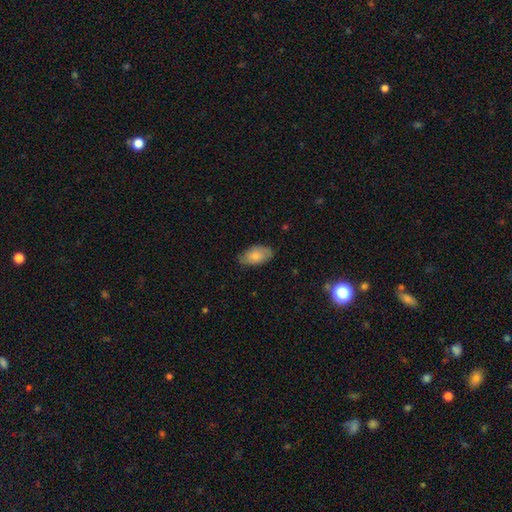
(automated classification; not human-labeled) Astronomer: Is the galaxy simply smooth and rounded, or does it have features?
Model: smooth — 79%.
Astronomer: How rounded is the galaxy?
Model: in between — 94%.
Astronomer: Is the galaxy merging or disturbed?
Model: none — 75%.